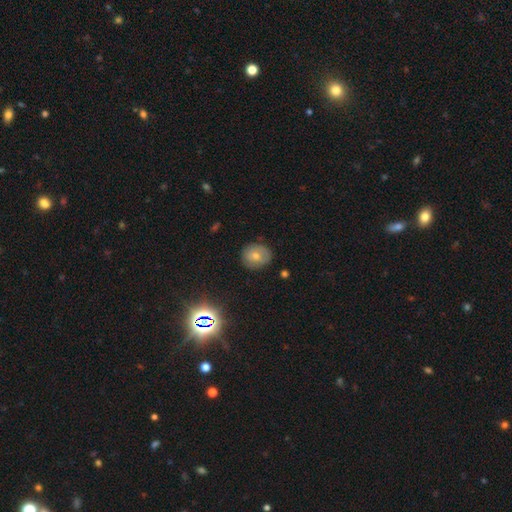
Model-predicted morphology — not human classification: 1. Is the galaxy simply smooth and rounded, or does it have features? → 66% smooth, 22% featured or disk, 12% star or artifact.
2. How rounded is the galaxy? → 68% round, 31% in between, 1% cigar-shaped.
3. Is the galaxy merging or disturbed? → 82% none, 14% minor disturbance, 3% major disturbance, 1% merger.